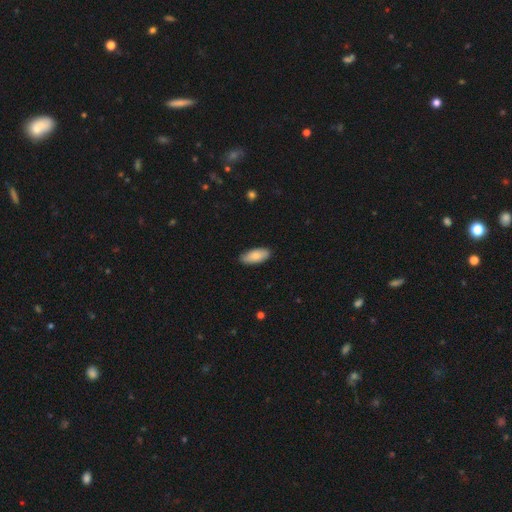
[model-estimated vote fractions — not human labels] Smooth or featured?
  - smooth: 81% *
  - featured or disk: 13%
  - star or artifact: 6%
How rounded?
  - in between: 88% *
  - cigar-shaped: 10%
  - round: 2%
Merging?
  - none: 86% *
  - minor disturbance: 12%
  - major disturbance: 2%
  - merger: 1%